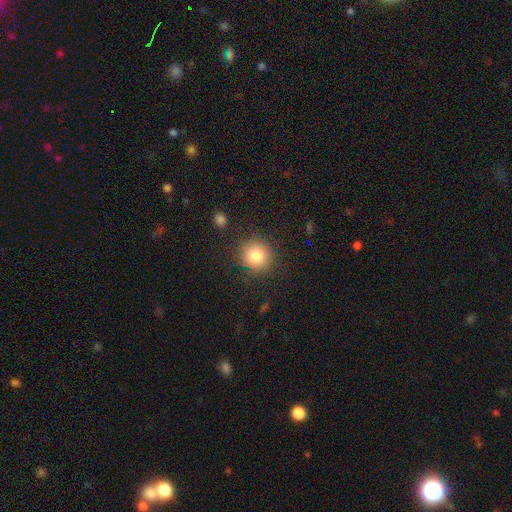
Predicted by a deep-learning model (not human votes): A smooth galaxy with no disk features (83%) that is round (90%).

Vote fractions:
- Smooth or featured? smooth: 83% / star or artifact: 10% / featured or disk: 7%
- How rounded? round: 90% / in between: 9% / cigar-shaped: 1%
- Merging? none: 86% / minor disturbance: 9% / major disturbance: 3% / merger: 2%